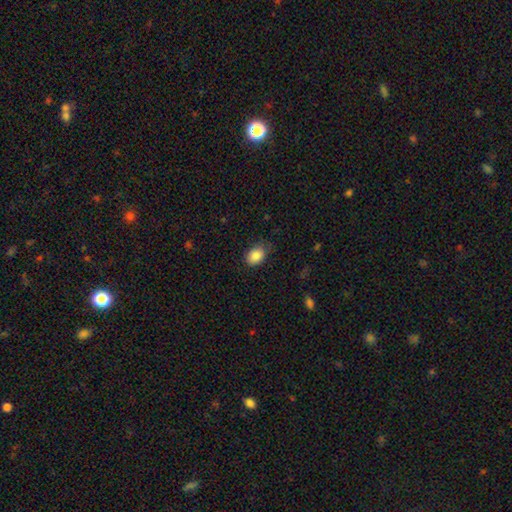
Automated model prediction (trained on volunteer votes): A smooth galaxy with no disk features (87%) that is in between round and cigar-shaped (74%).

Vote fractions:
- Smooth or featured? smooth: 87% / star or artifact: 8% / featured or disk: 5%
- How rounded? in between: 74% / round: 25% / cigar-shaped: 1%
- Merging? none: 73% / minor disturbance: 22% / major disturbance: 4% / merger: 1%